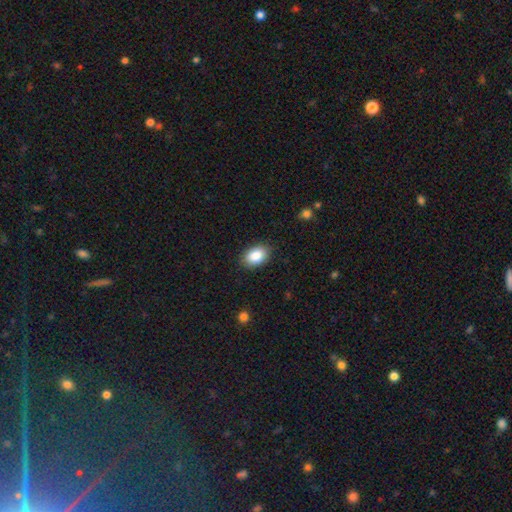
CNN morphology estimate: Smooth or featured: smooth — 88% (star or artifact — 7%)
How rounded: in between — 86% (round — 13%)
Merging: none — 86% (minor disturbance — 10%)